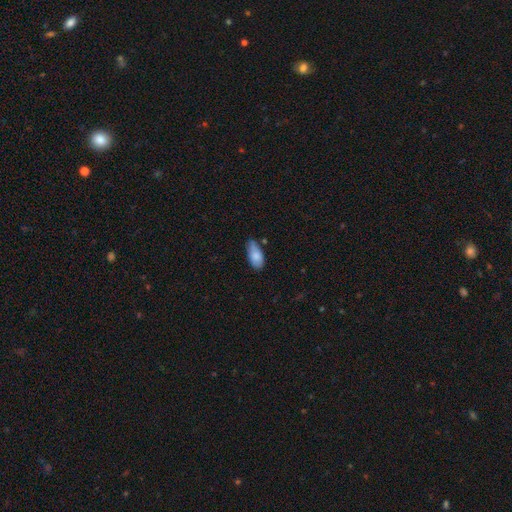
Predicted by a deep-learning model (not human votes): Morphology: type=smooth (83%); roundness=in between (90%); merging=none (63%).